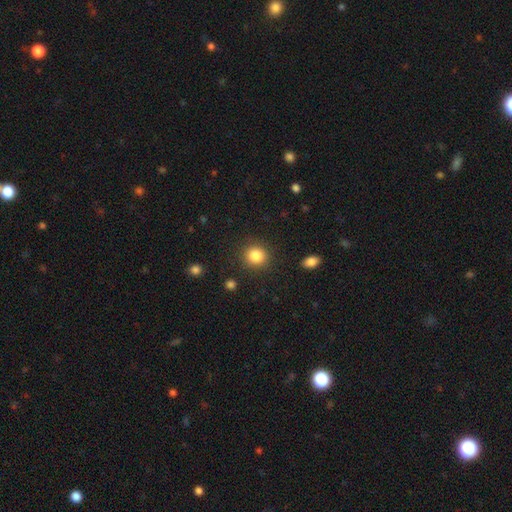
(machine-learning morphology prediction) A smooth galaxy with no disk features (85%) that is round (87%). Merging: none (89%).